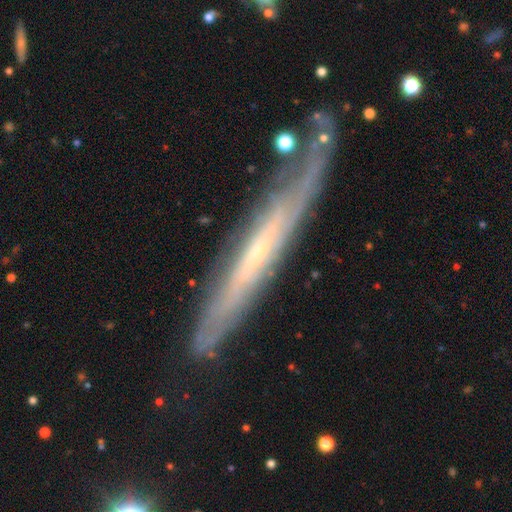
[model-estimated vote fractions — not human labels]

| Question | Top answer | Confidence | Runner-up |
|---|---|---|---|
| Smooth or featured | featured or disk | 76% | smooth (18%) |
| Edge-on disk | yes | 69% | no (31%) |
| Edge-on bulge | none | 60% | rounded (36%) |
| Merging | none | 70% | minor disturbance (18%) |